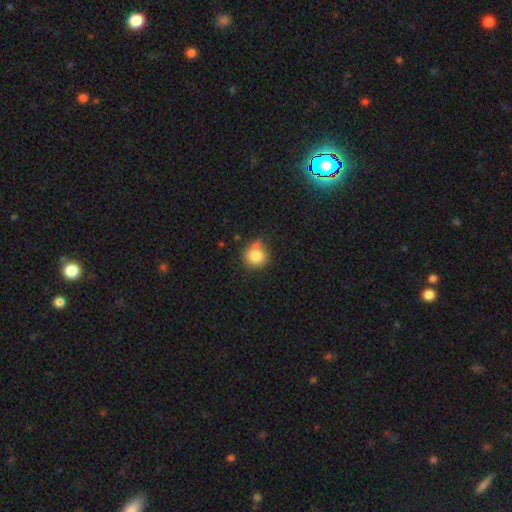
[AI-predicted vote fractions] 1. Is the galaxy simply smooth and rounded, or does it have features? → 83% smooth, 10% star or artifact, 7% featured or disk.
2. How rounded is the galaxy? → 87% round, 12% in between, 1% cigar-shaped.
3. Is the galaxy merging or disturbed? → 64% none, 18% merger, 14% minor disturbance, 4% major disturbance.